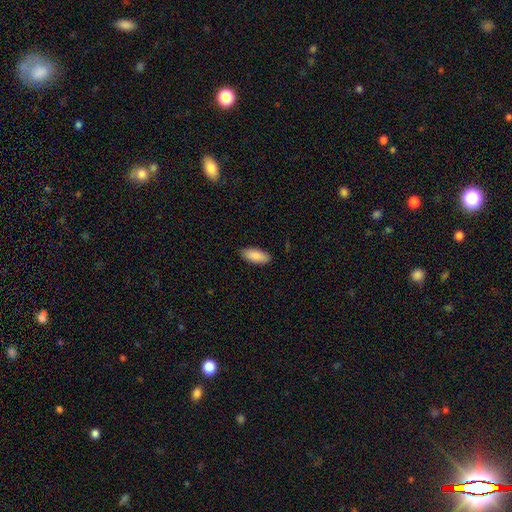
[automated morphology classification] A smooth galaxy with no disk features (89%) that is in between round and cigar-shaped (86%).

Vote fractions:
- Smooth or featured? smooth: 89% / star or artifact: 6% / featured or disk: 5%
- How rounded? in between: 86% / cigar-shaped: 12% / round: 2%
- Merging? none: 89% / minor disturbance: 8% / major disturbance: 2% / merger: 1%